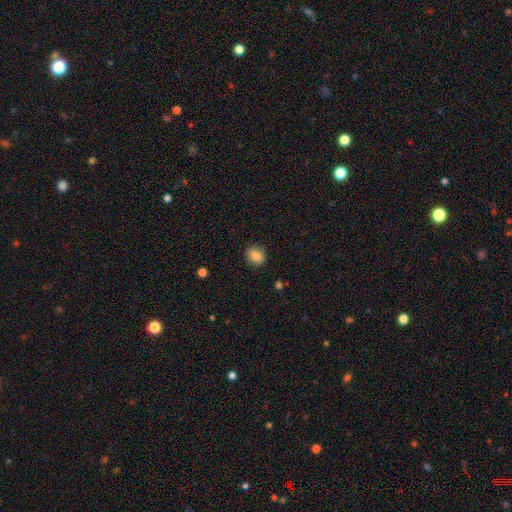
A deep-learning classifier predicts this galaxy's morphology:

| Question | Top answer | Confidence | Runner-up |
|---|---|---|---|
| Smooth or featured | smooth | 84% | star or artifact (9%) |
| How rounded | round | 72% | in between (27%) |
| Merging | none | 88% | minor disturbance (9%) |